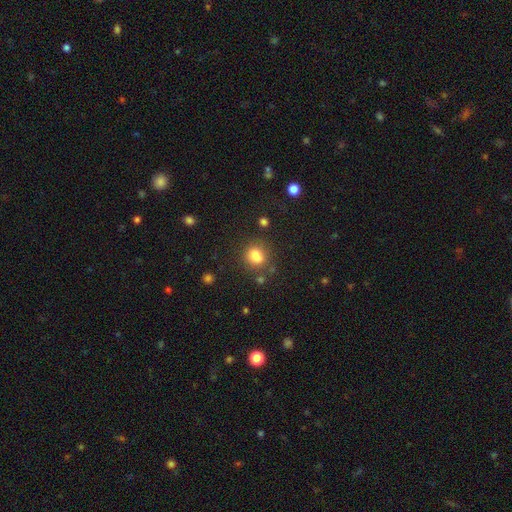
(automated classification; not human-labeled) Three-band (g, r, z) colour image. It shows a smooth galaxy with no disk features (80%) that is round (61%). Merging: none (66%).